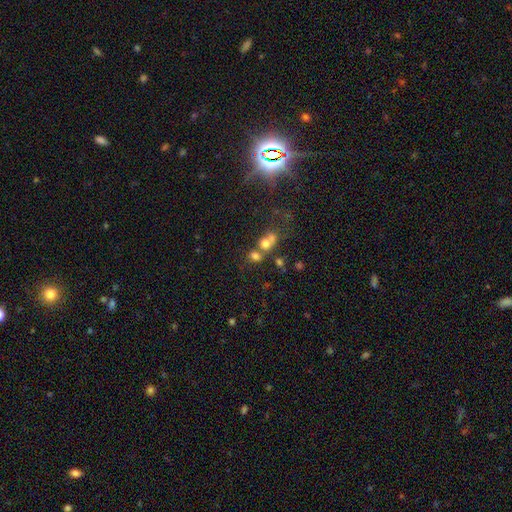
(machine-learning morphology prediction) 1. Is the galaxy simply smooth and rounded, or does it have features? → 54% smooth, 29% star or artifact, 17% featured or disk.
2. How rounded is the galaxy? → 75% round, 23% in between, 2% cigar-shaped.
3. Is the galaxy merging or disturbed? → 51% merger, 37% none, 7% minor disturbance, 5% major disturbance.